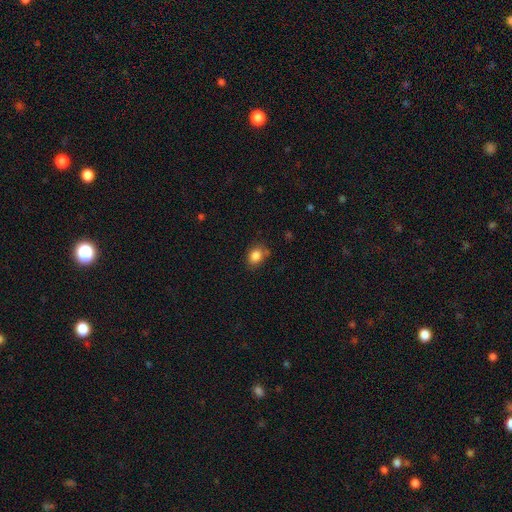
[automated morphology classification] smooth_or_featured: smooth (p=0.85) [alt: star or artifact p=0.09]
how_rounded: in between (p=0.54) [alt: round p=0.45]
merging: none (p=0.70) [alt: minor disturbance p=0.21]